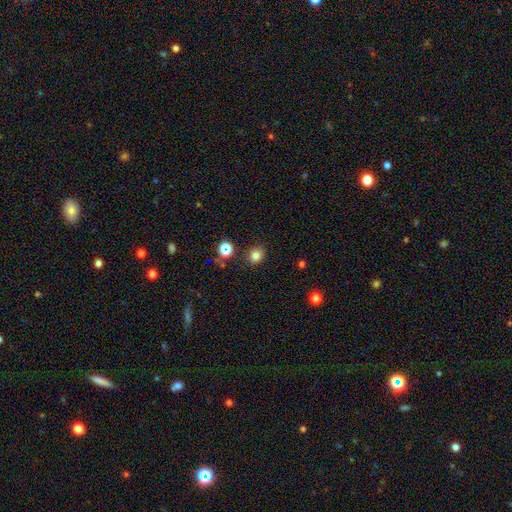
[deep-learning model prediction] A smooth galaxy with no disk features (78%) that is round (77%).

Vote fractions:
- Smooth or featured? smooth: 78% / star or artifact: 16% / featured or disk: 6%
- How rounded? round: 77% / in between: 22% / cigar-shaped: 1%
- Merging? none: 86% / minor disturbance: 9% / merger: 3% / major disturbance: 3%